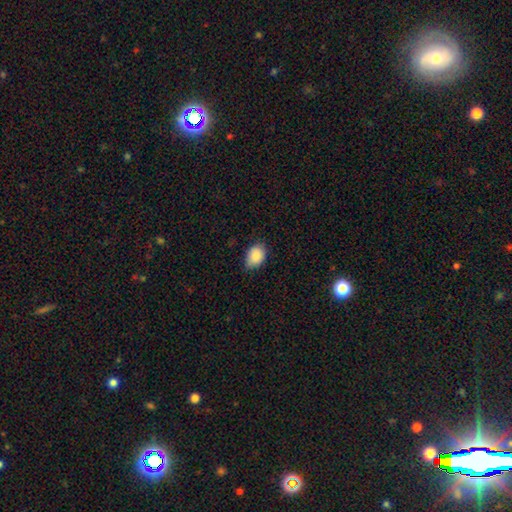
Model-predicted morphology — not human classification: The model was most divided on "merging": none: 73%, minor disturbance: 23%, major disturbance: 3%, merger: 1%. More confident: smooth or featured — smooth (88%); how rounded — in between (75%).